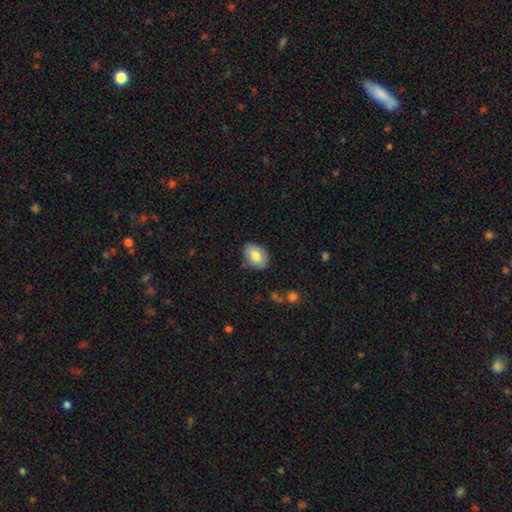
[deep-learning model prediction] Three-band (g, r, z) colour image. It shows a smooth galaxy with no disk features (78%) that is in between round and cigar-shaped (81%). Merging: none (82%).